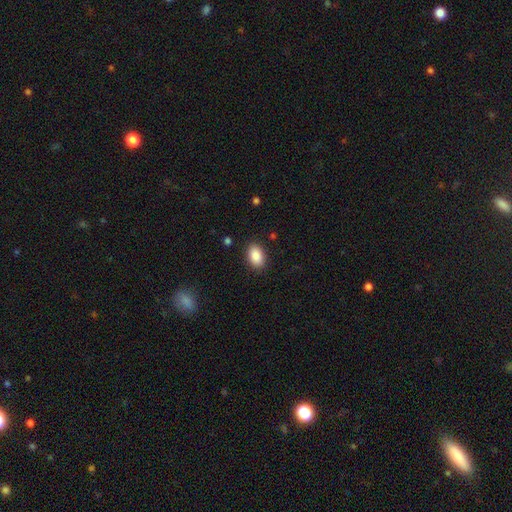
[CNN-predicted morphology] Smooth or featured? smooth (88%)
How rounded? in between (89%)
Merging? none (88%)